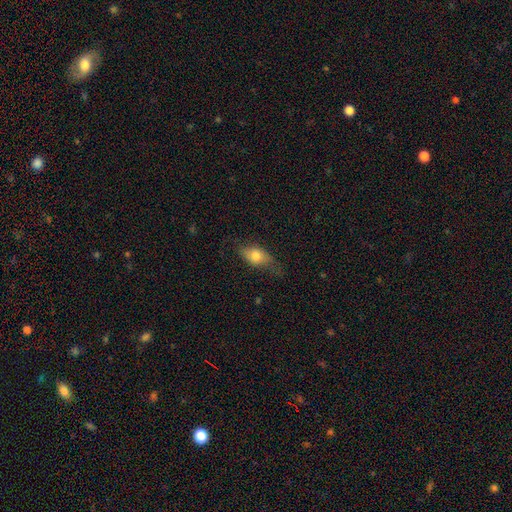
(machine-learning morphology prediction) smooth_or_featured: smooth (p=0.71) [alt: featured or disk p=0.22]
how_rounded: in between (p=0.82) [alt: round p=0.10]
merging: none (p=0.60) [alt: minor disturbance p=0.28]